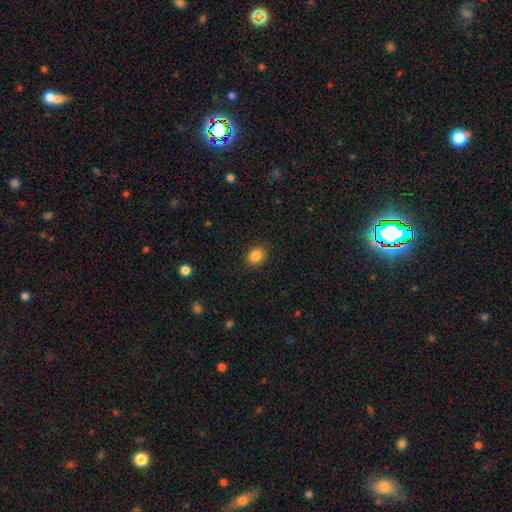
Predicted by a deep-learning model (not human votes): smooth_or_featured: smooth (p=0.85) [alt: star or artifact p=0.10]
how_rounded: round (p=0.64) [alt: in between p=0.36]
merging: none (p=0.89) [alt: minor disturbance p=0.08]